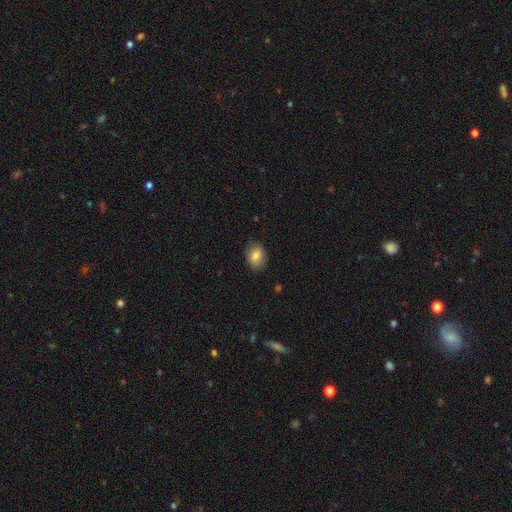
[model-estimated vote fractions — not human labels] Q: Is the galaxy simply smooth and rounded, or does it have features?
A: smooth — 82%.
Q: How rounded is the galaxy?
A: in between — 67%.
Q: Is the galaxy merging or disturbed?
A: none — 82%.